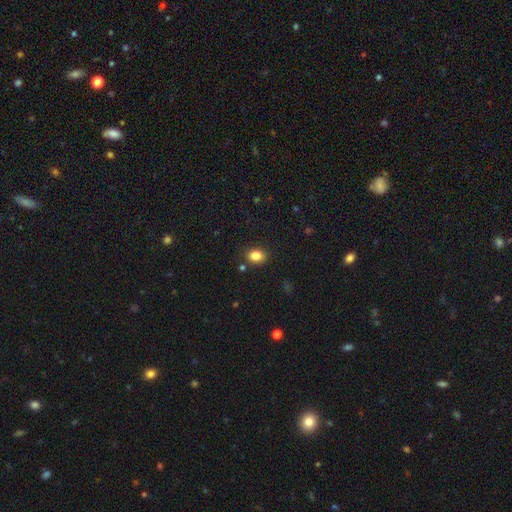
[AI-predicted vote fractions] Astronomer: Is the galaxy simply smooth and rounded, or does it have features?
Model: smooth — 84%.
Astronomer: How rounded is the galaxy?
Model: in between — 53% (runner-up: round, 46%).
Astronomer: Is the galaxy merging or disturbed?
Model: none — 85%.